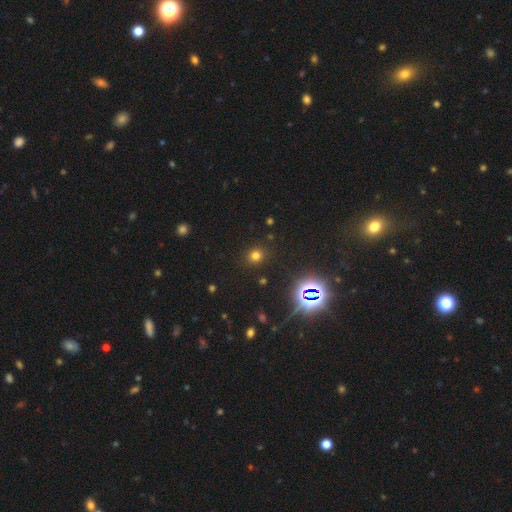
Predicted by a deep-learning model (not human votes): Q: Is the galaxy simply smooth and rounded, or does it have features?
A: smooth — 70%.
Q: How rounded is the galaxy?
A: round — 85%.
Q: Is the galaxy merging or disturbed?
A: none — 87%.